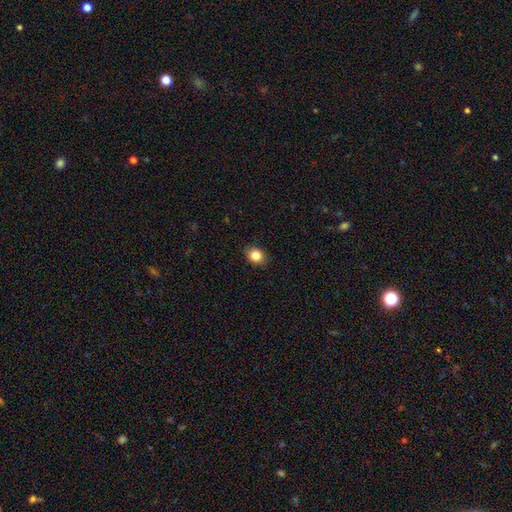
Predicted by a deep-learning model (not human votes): smooth 84%, star or artifact 10%, featured or disk 6%. Down the decision tree: how rounded — in between (52%); merging — none (89%).